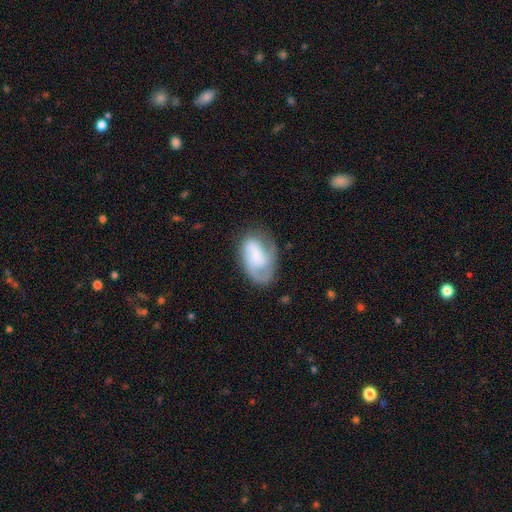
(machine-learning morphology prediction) This appears to be a featured or disk galaxy (63%) with no bar (53%), 2 (47%) medium (43%) spiral arms (87%) and a small central bulge (49%). Merging: none (56%).